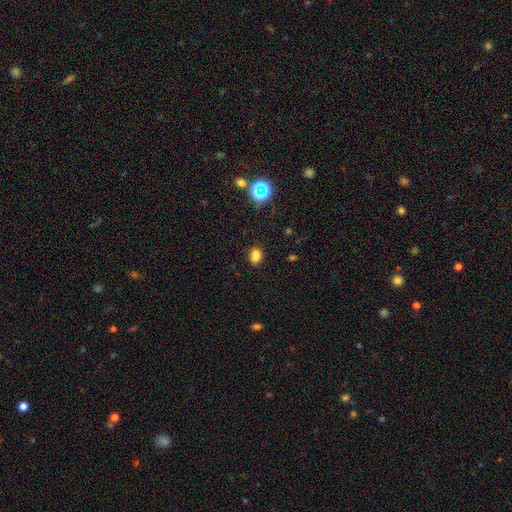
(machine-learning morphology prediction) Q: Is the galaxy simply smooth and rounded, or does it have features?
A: smooth — 79%.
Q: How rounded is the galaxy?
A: in between — 71%.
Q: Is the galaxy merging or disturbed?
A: none — 83%.